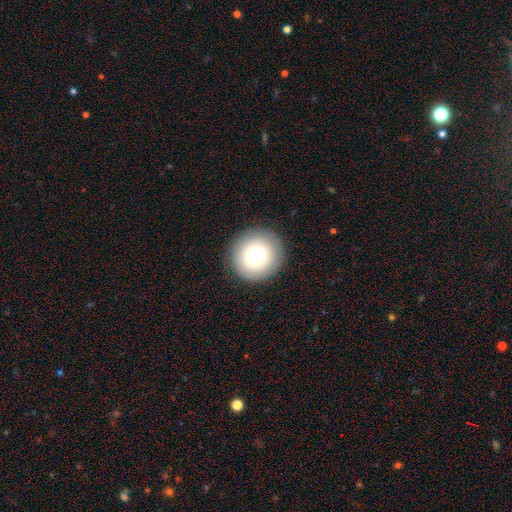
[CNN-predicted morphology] Q: Smooth or featured?
A: smooth (78%); runner-up: featured or disk (13%)
Q: How rounded?
A: round (94%); runner-up: in between (5%)
Q: Merging?
A: none (90%); runner-up: minor disturbance (6%)